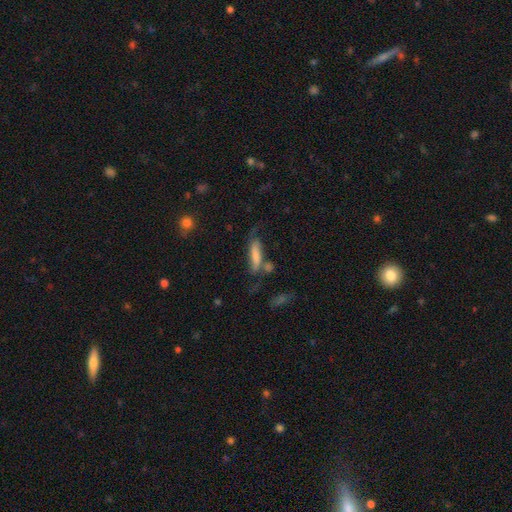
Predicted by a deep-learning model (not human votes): Q: Smooth or featured?
A: smooth (61%); runner-up: featured or disk (30%)
Q: How rounded?
A: cigar-shaped (65%); runner-up: in between (32%)
Q: Merging?
A: none (42%); runner-up: minor disturbance (22%)